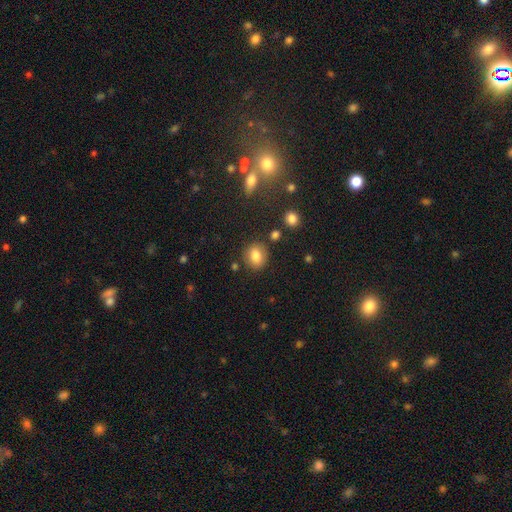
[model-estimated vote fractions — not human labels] This appears to be a smooth galaxy with no disk features (82%) that is round (65%). Merging: none (83%).